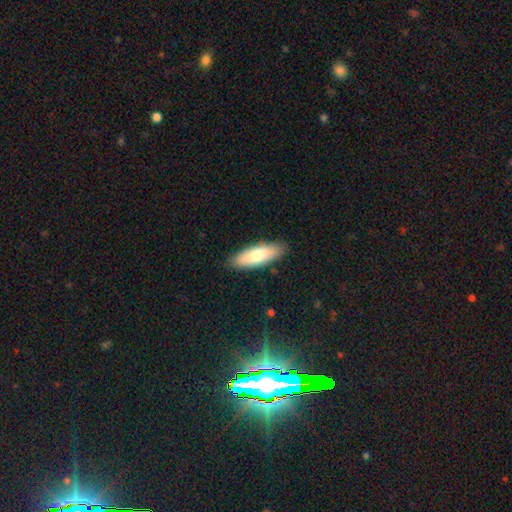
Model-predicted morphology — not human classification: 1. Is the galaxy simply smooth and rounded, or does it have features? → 76% smooth, 18% featured or disk, 5% star or artifact.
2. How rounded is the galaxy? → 58% in between, 41% cigar-shaped, 2% round.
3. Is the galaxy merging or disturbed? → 88% none, 9% minor disturbance, 2% major disturbance, 1% merger.